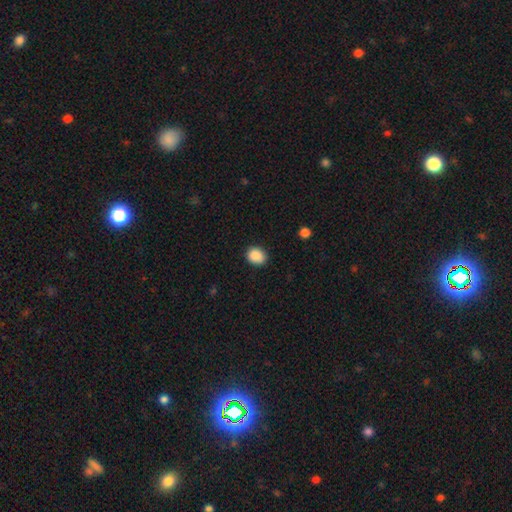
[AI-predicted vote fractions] The model was most divided on "how rounded": round: 54%, in between: 45%, cigar-shaped: 1%. More confident: smooth or featured — smooth (89%); merging — none (87%).